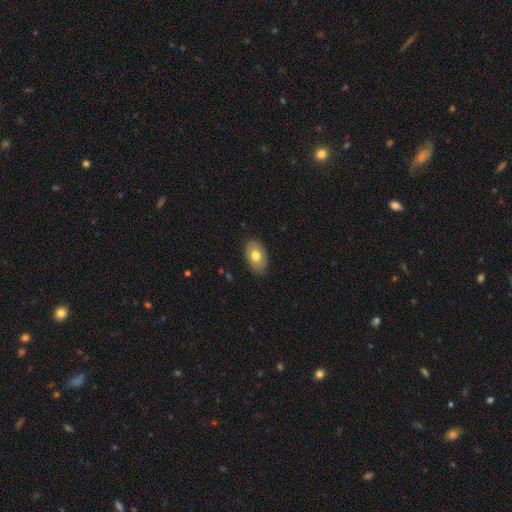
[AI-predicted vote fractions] This appears to be a smooth galaxy with no disk features (73%) that is in between round and cigar-shaped (89%). Merging: none (84%).